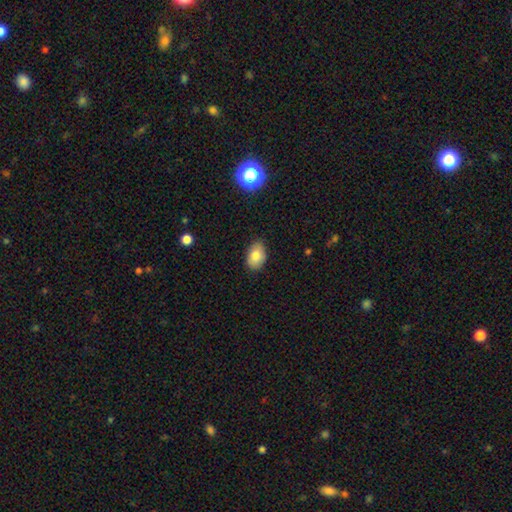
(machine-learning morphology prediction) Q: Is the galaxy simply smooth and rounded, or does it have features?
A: smooth — 80%.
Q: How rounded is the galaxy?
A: in between — 86%.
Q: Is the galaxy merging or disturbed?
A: none — 81%.